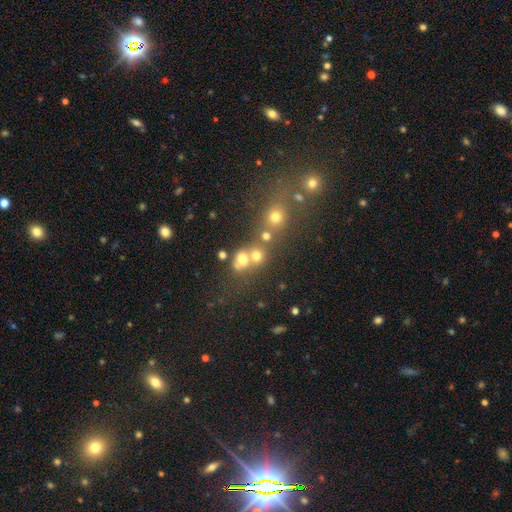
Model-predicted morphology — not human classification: The model was most divided on "smooth or featured": star or artifact: 49%, smooth: 35%, featured or disk: 16%.